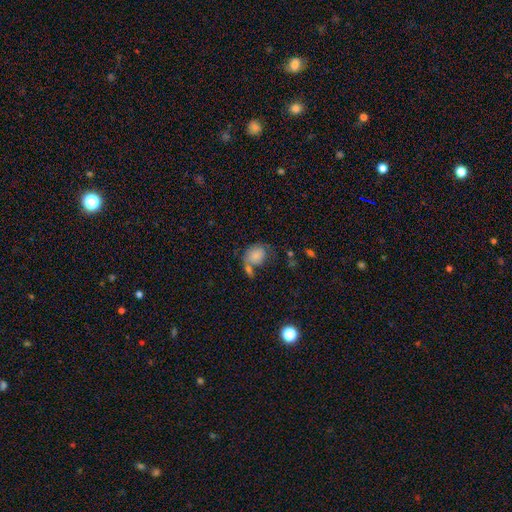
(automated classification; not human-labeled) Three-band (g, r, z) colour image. It shows a smooth galaxy with no disk features (79%) that is in between round and cigar-shaped (63%). Merging: none (37%).